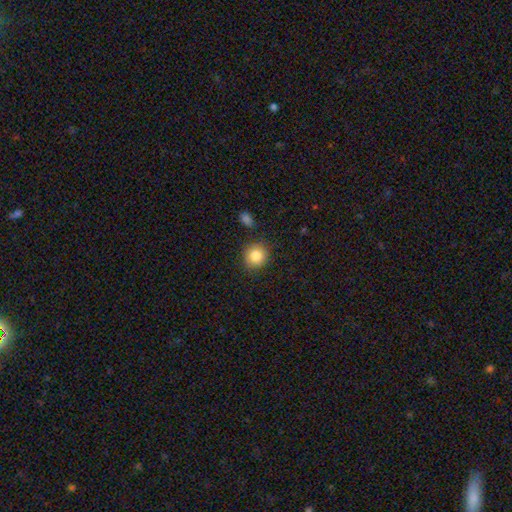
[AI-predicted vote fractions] Smooth or featured? smooth (85%)
How rounded? round (89%)
Merging? none (84%)